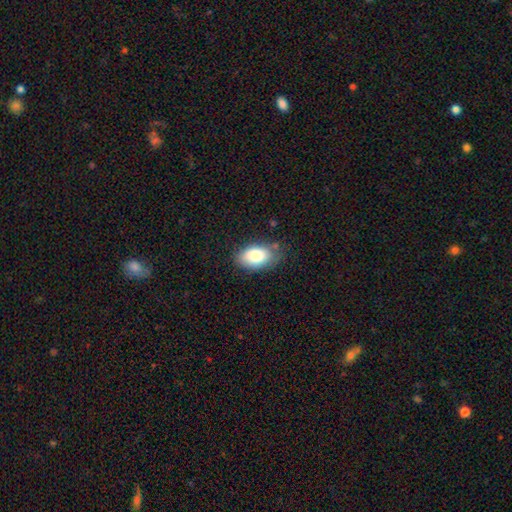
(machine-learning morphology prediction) The model was most divided on "merging": none: 72%, minor disturbance: 21%, major disturbance: 5%, merger: 2%. More confident: how rounded — in between (91%); smooth or featured — smooth (79%).